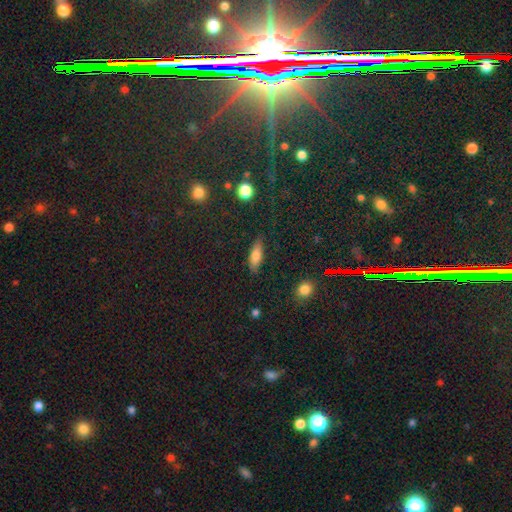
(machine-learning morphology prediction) Overall: smooth (75%). How rounded: in between (59%; cigar-shaped 38%). Merging: none (81%).